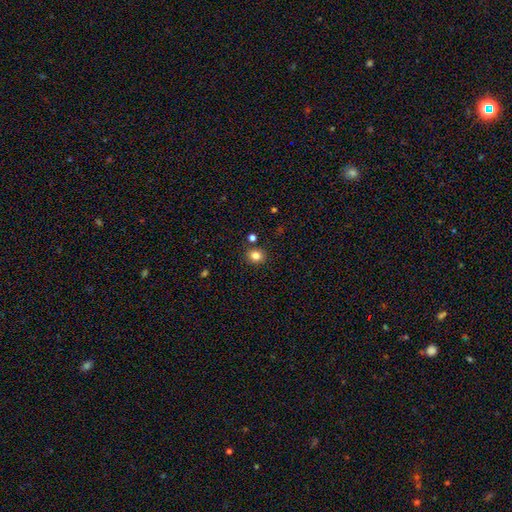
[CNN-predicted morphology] The model was most divided on "how rounded": round: 75%, in between: 24%, cigar-shaped: 1%. More confident: merging — none (85%); smooth or featured — smooth (82%).